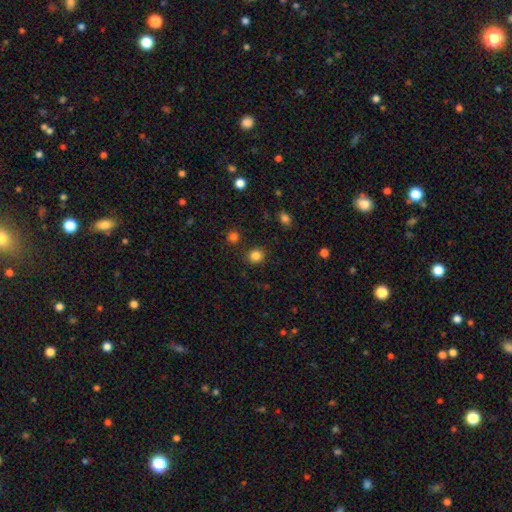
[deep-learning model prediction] smooth 84%, star or artifact 13%, featured or disk 4%. Down the decision tree: how rounded — round (86%); merging — none (88%).